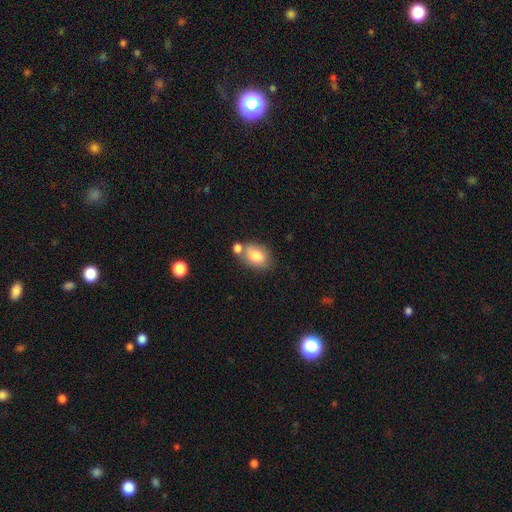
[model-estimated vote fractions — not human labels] The model was most divided on "merging": none: 54%, merger: 24%, minor disturbance: 17%, major disturbance: 5%. More confident: how rounded — in between (81%); smooth or featured — smooth (80%).